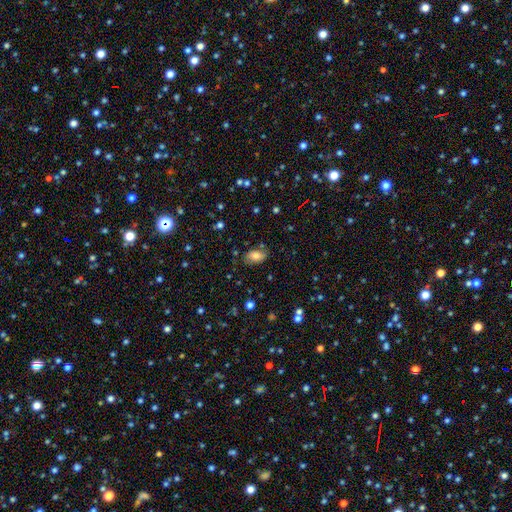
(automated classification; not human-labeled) smooth_or_featured: smooth (p=0.78) [alt: featured or disk p=0.11]
how_rounded: in between (p=0.89) [alt: round p=0.09]
merging: none (p=0.79) [alt: minor disturbance p=0.14]